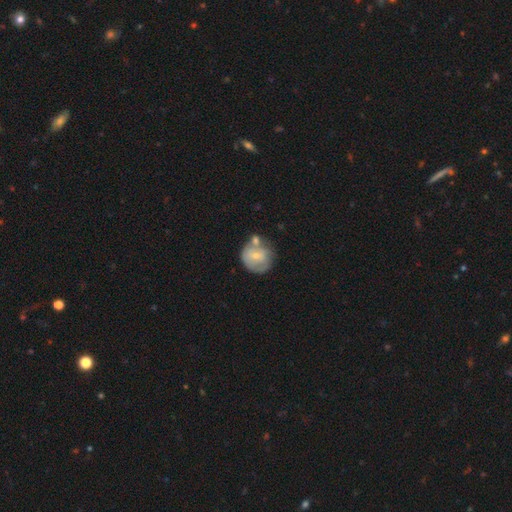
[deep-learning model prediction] The model was most divided on "merging": none: 42%, merger: 29%, minor disturbance: 21%, major disturbance: 9%. More confident: how rounded — round (86%); smooth or featured — smooth (54%).